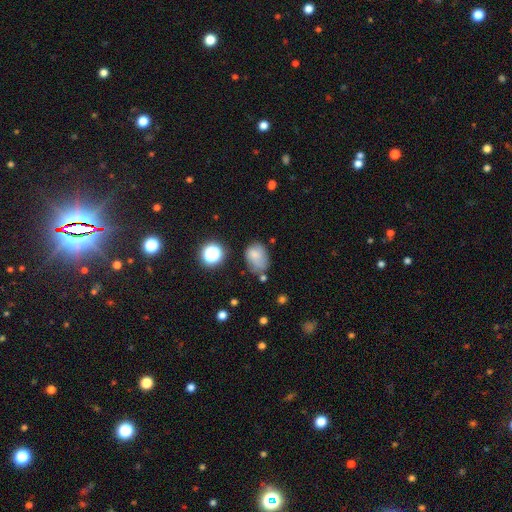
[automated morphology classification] Smooth or featured? Predicted: smooth (p=0.73). How rounded? Predicted: in between (p=0.71). Merging? Predicted: none (p=0.47).